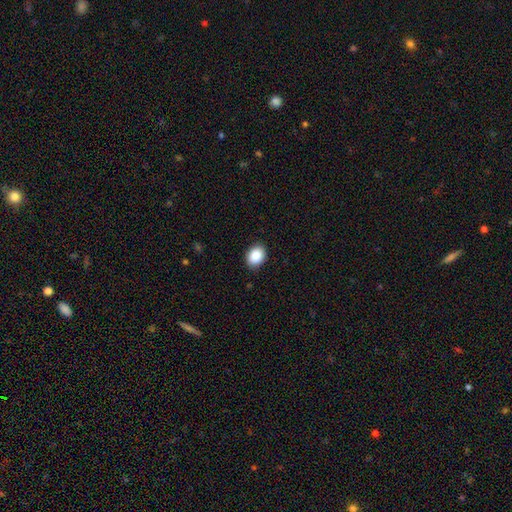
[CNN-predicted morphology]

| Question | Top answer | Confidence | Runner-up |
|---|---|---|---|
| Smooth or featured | smooth | 88% | star or artifact (8%) |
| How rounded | in between | 64% | round (35%) |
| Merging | none | 89% | minor disturbance (8%) |